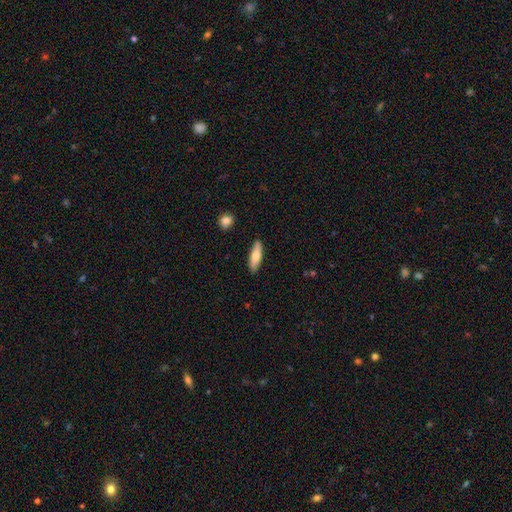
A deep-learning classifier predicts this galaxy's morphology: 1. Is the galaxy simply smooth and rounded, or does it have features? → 71% smooth, 23% featured or disk, 6% star or artifact.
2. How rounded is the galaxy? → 51% cigar-shaped, 47% in between, 2% round.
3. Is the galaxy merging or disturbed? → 88% none, 9% minor disturbance, 2% major disturbance, 1% merger.